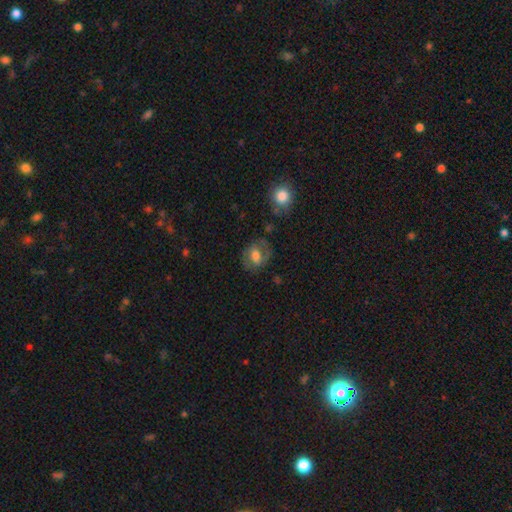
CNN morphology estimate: Smooth or featured? smooth (47%)
Merging? none (68%)